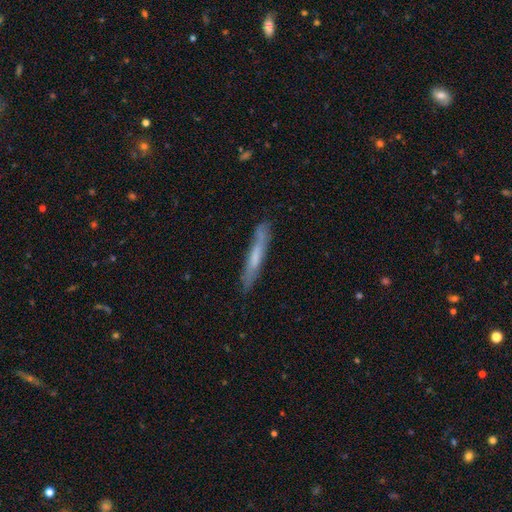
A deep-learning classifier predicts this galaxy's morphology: This appears to be a smooth galaxy with no disk features (50%). Merging: none (80%).